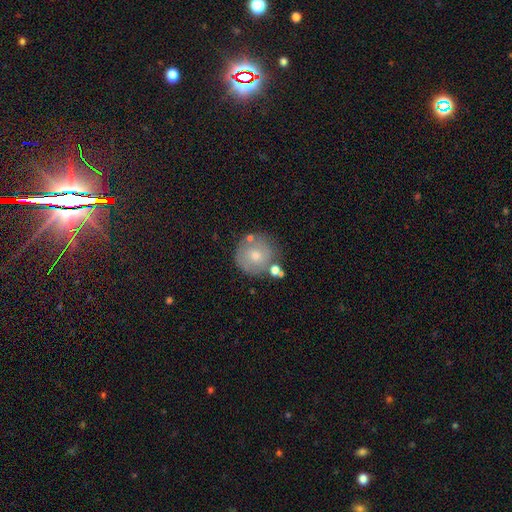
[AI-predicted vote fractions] A smooth galaxy with no disk features (61%) that is round (92%).

Vote fractions:
- Smooth or featured? smooth: 61% / featured or disk: 31% / star or artifact: 9%
- How rounded? round: 92% / in between: 7% / cigar-shaped: 1%
- Merging? none: 69% / minor disturbance: 16% / merger: 10% / major disturbance: 5%